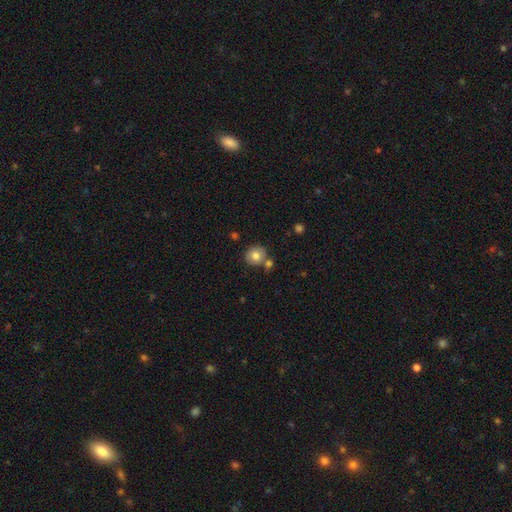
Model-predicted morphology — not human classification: Smooth or featured: smooth — 78% (featured or disk — 13%)
How rounded: round — 86% (in between — 13%)
Merging: none — 66% (merger — 19%)